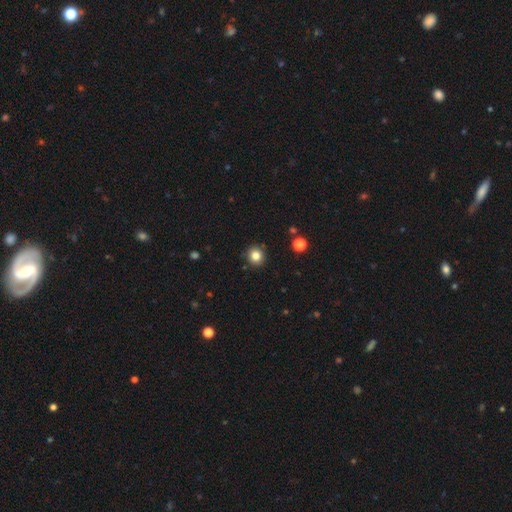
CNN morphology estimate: Q: Smooth or featured?
A: smooth (82%); runner-up: star or artifact (12%)
Q: How rounded?
A: round (90%); runner-up: in between (9%)
Q: Merging?
A: none (90%); runner-up: minor disturbance (7%)